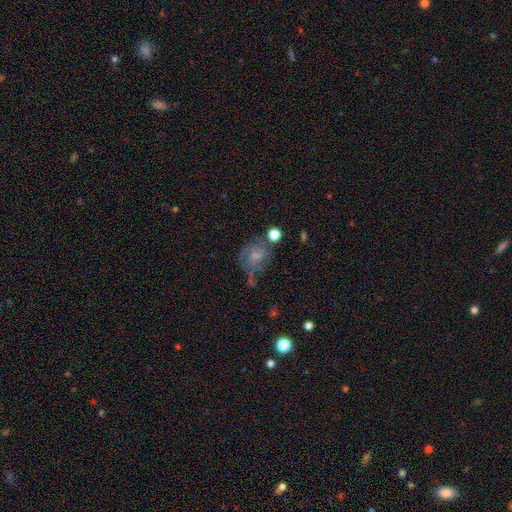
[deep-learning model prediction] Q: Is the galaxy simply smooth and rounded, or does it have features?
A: smooth — 51%.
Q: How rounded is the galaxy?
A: round — 55%.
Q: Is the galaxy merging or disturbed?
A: none — 44%.